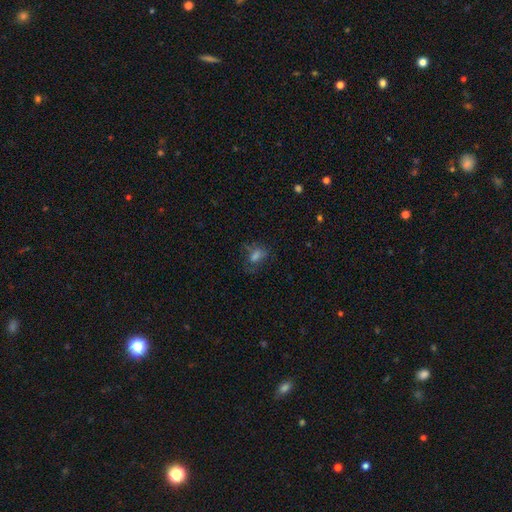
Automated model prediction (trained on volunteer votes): Smooth or featured? Predicted: smooth (p=0.48). Merging? Predicted: none (p=0.58).